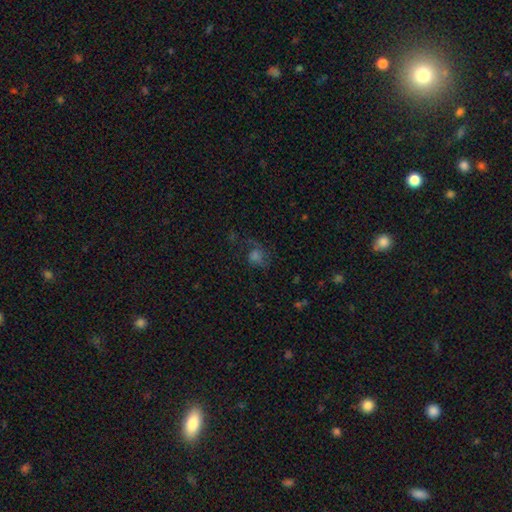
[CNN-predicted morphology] Smooth or featured? Predicted: smooth (p=0.38). Merging? Predicted: none (p=0.46).